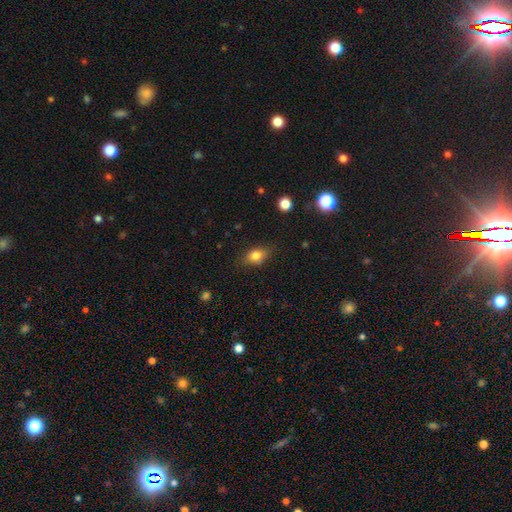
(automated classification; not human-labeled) Morphology: type=smooth (80%); roundness=in between (71%); merging=none (78%).